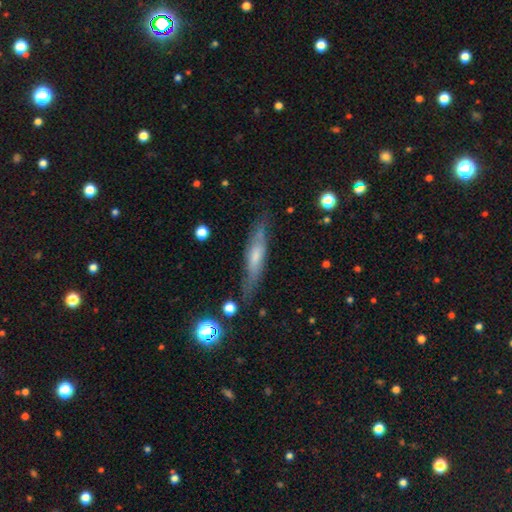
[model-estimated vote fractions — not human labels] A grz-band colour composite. It shows a featured or disk galaxy (50%). Merging: none (75%).